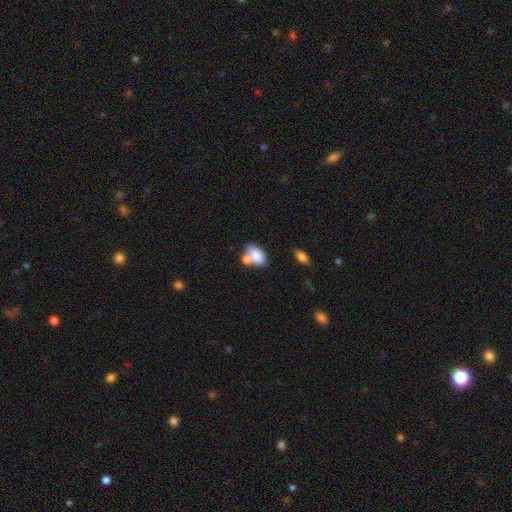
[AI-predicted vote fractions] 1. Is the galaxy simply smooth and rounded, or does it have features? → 80% smooth, 12% featured or disk, 8% star or artifact.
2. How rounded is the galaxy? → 88% in between, 11% round, 2% cigar-shaped.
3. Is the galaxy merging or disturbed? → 41% none, 40% merger, 14% minor disturbance, 5% major disturbance.